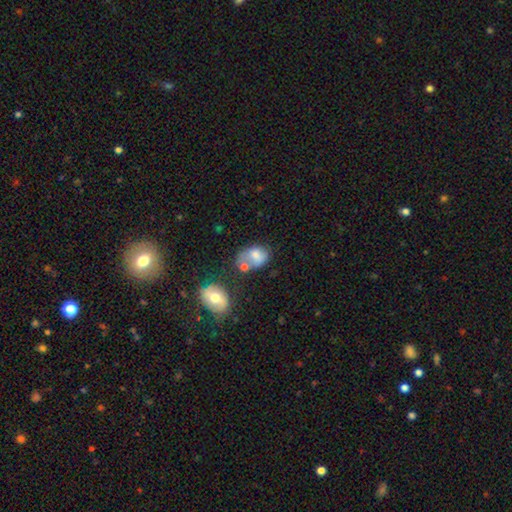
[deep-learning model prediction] Q: Smooth or featured?
A: smooth (64%); runner-up: featured or disk (26%)
Q: How rounded?
A: in between (73%); runner-up: round (26%)
Q: Merging?
A: none (32%); runner-up: merger (29%)